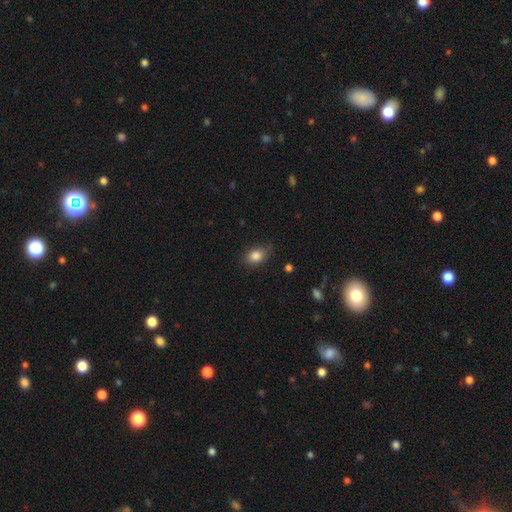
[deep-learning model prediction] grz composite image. It shows a smooth galaxy with no disk features (84%) that is in between round and cigar-shaped (68%). Merging: none (71%).